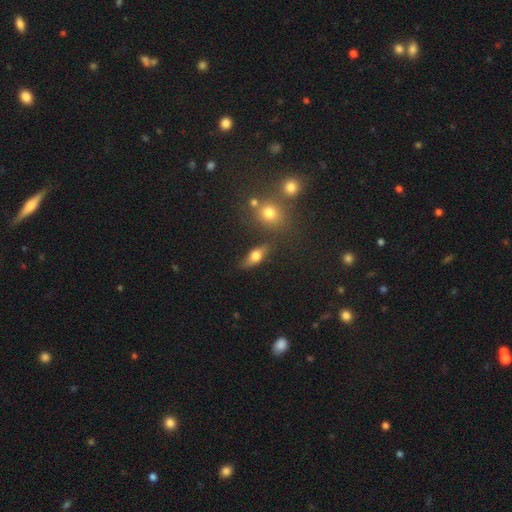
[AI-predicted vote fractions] Smooth or featured?
  - smooth: 60% *
  - featured or disk: 30%
  - star or artifact: 10%
How rounded?
  - in between: 67% *
  - cigar-shaped: 23%
  - round: 10%
Merging?
  - none: 75% *
  - minor disturbance: 15%
  - merger: 5%
  - major disturbance: 5%